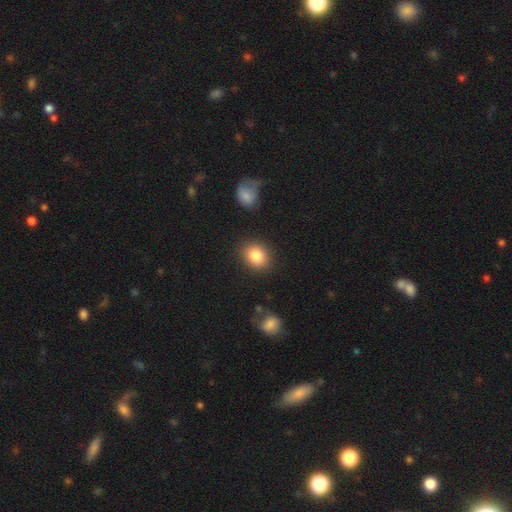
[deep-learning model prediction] Smooth or featured? Predicted: smooth (p=0.84). How rounded? Predicted: round (p=0.59). Merging? Predicted: none (p=0.86).